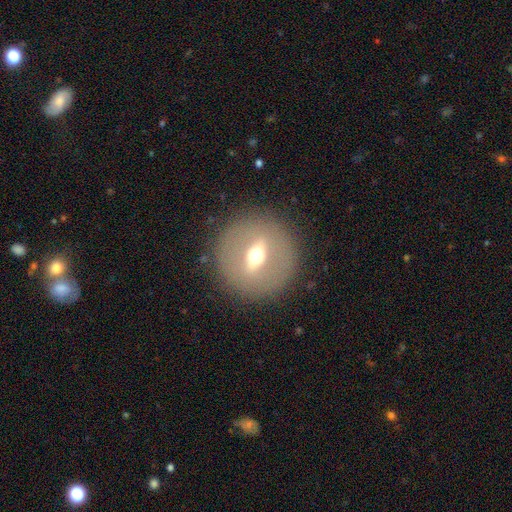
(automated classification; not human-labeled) Morphology: type=featured or disk (66%); edge-on=no (56%); merging=none (88%).